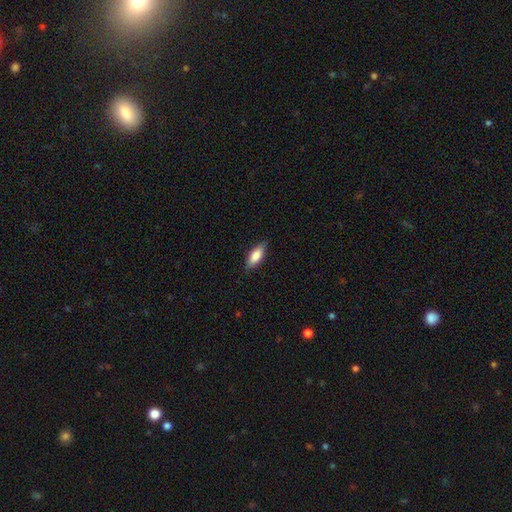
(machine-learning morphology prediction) This appears to be a smooth galaxy with no disk features (80%) that is in between round and cigar-shaped (73%). Merging: none (83%).